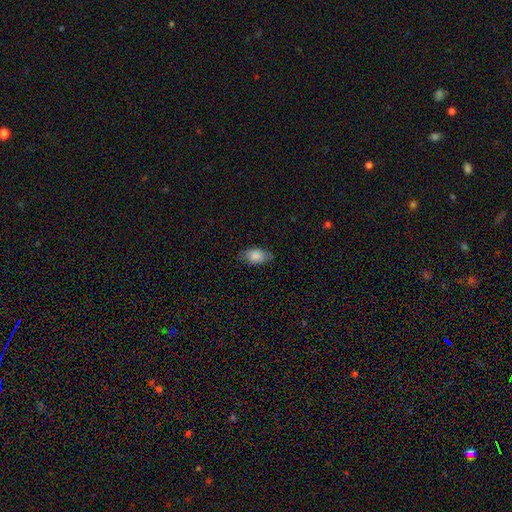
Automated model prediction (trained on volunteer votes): The model was most divided on "merging": none: 73%, minor disturbance: 21%, major disturbance: 4%, merger: 1%. More confident: how rounded — in between (87%); smooth or featured — smooth (85%).